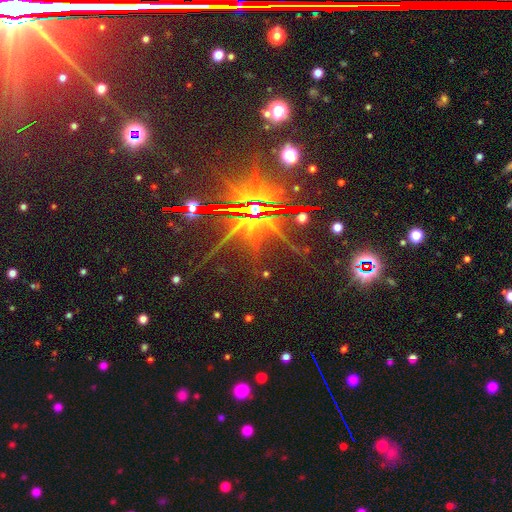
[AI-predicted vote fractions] This is clearly a star or artifact rather than a galaxy (81%).